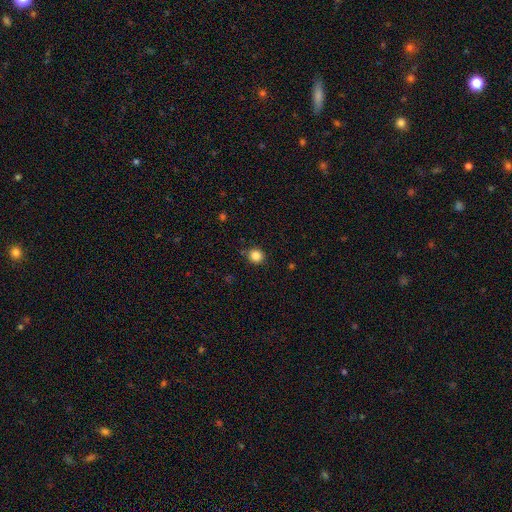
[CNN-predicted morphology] The model was most divided on "smooth or featured": smooth: 85%, star or artifact: 11%, featured or disk: 4%. More confident: how rounded — round (90%); merging — none (87%).